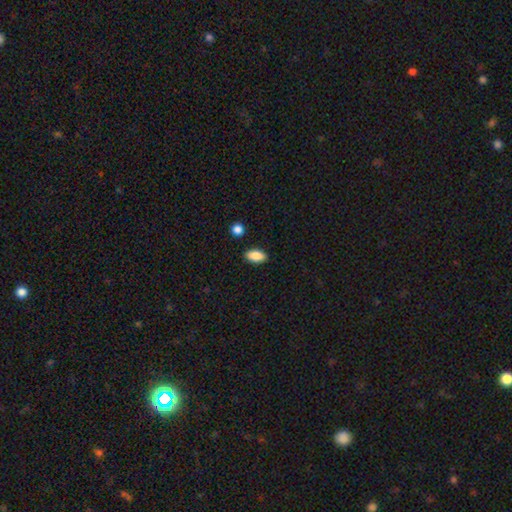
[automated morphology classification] smooth-or-featured: smooth: 87% | star or artifact: 7% | featured or disk: 5%
  how-rounded: in between: 91% | cigar-shaped: 6% | round: 4%
  merging: none: 88% | minor disturbance: 8% | merger: 2% | major disturbance: 2%